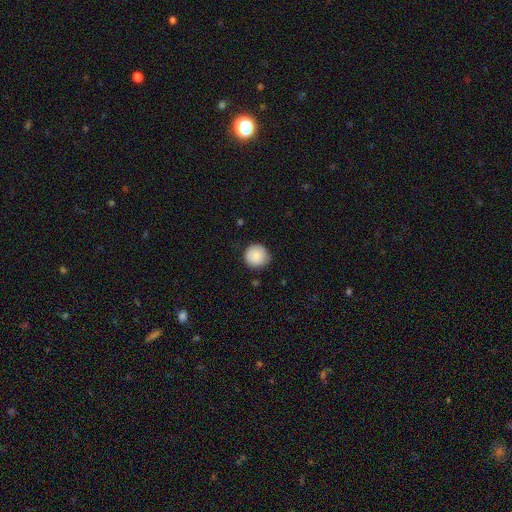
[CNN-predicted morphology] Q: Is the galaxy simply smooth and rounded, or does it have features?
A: smooth — 87%.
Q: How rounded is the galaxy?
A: round — 95%.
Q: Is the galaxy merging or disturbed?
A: none — 84%.